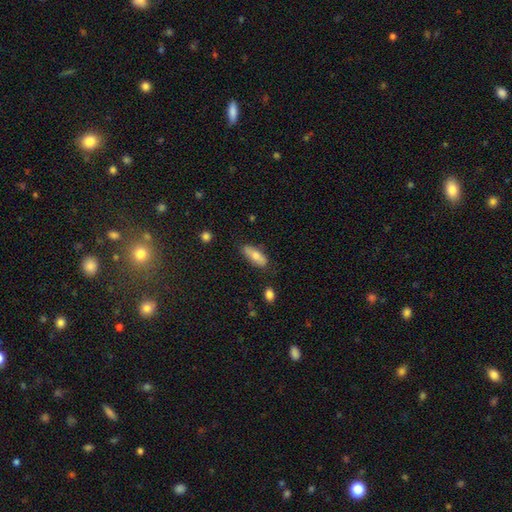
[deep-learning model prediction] A smooth galaxy with no disk features (71%) that is in between round and cigar-shaped (65%). Merging: none (77%).